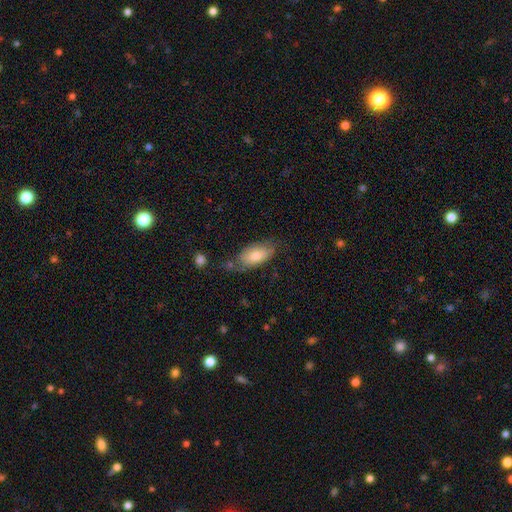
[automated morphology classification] This is likely a smooth galaxy (74%). How rounded: clearly in between (88%). Merging: possibly none (57%).